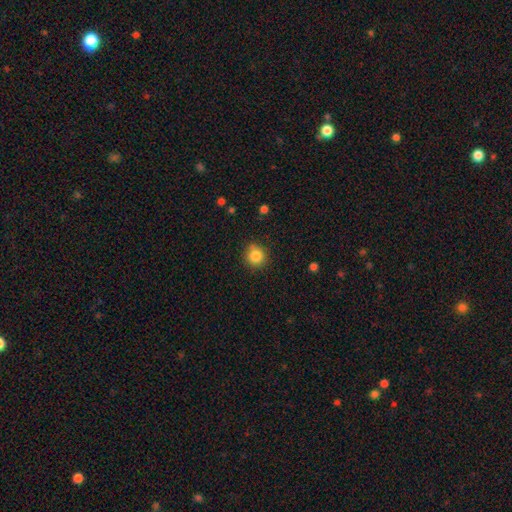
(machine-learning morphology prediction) Smooth or featured: smooth — 85% (star or artifact — 10%)
How rounded: round — 90% (in between — 9%)
Merging: none — 83% (minor disturbance — 12%)